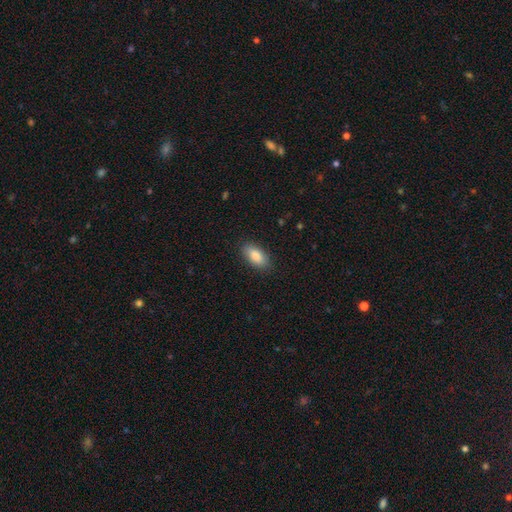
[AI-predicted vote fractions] Smooth or featured?
  - smooth: 87% *
  - featured or disk: 6%
  - star or artifact: 6%
How rounded?
  - in between: 90% *
  - cigar-shaped: 7%
  - round: 3%
Merging?
  - none: 86% *
  - minor disturbance: 10%
  - major disturbance: 2%
  - merger: 1%